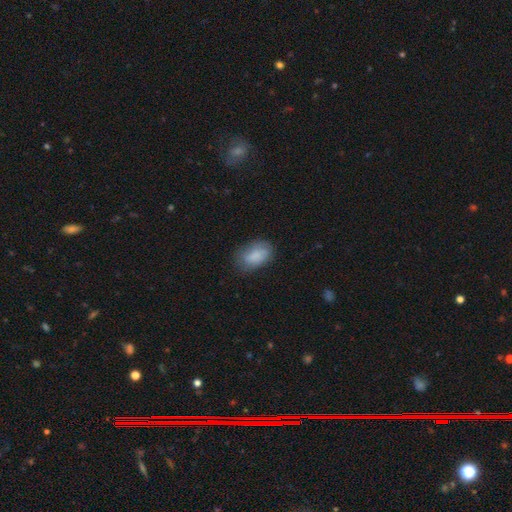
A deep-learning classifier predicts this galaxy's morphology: This appears to be a smooth galaxy with no disk features (81%) that is in between round and cigar-shaped (88%). Merging: none (68%).